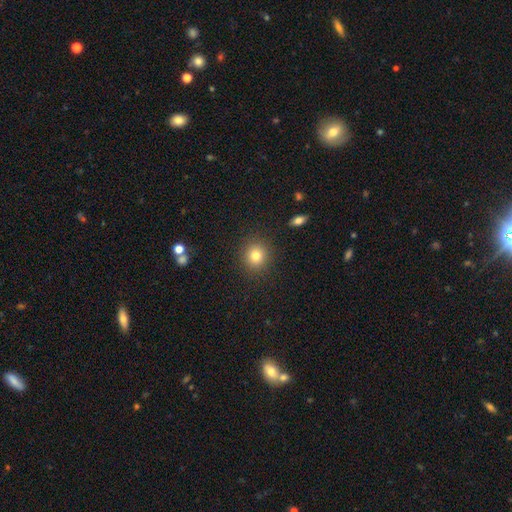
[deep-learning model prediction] This is clearly a smooth galaxy (80%). How rounded: clearly round (89%). Merging: clearly none (89%).